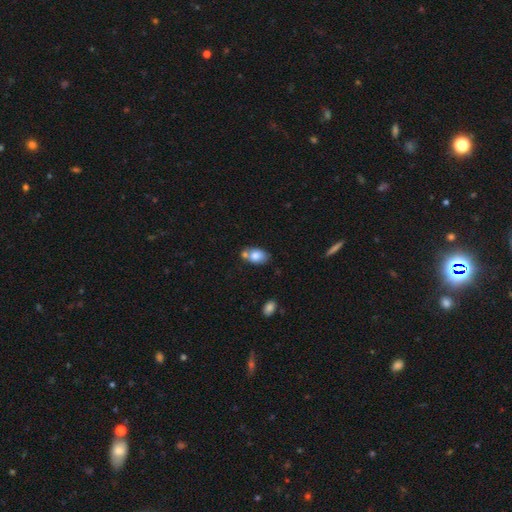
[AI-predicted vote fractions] smooth 78%, featured or disk 14%, star or artifact 8%. Down the decision tree: how rounded — in between (84%); merging — none (48%).